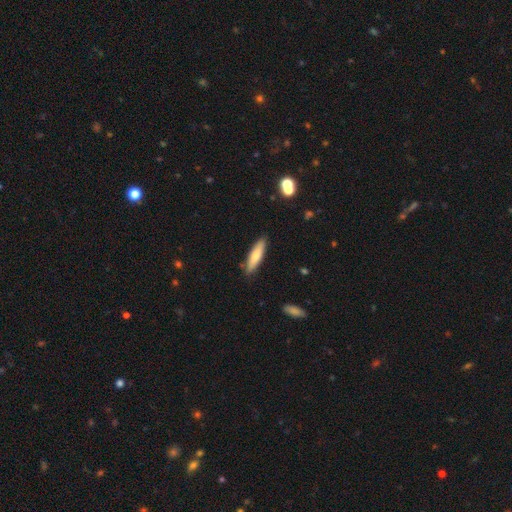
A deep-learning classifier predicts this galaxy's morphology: Overall: smooth (73%). How rounded: cigar-shaped (73%). Merging: none (87%).